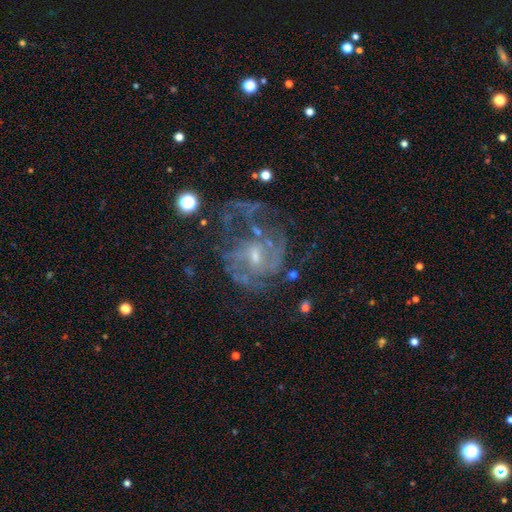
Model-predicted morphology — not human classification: A featured or disk galaxy (78%) with no bar (54%), medium (42%) spiral arms (74%) and a small central bulge (58%).

Vote fractions:
- Smooth or featured? featured or disk: 78% / star or artifact: 11% / smooth: 10%
- Edge-on disk? no: 98% / yes: 2%
- Bar? no: 54% / weak: 39% / strong: 7%
- Spiral arms? yes: 74% / no: 26%
- Spiral winding? medium: 42% / tight: 33% / loose: 25%
- Spiral arm count? can't tell: 41% / 2: 26% / 3: 15% / 1: 9% / 4: 6% / more than 4: 5%
- Bulge size? small: 58% / moderate: 31% / none: 9% / large: 2% / dominant: 1%
- Merging? none: 41% / major disturbance: 35% / minor disturbance: 18% / merger: 6%